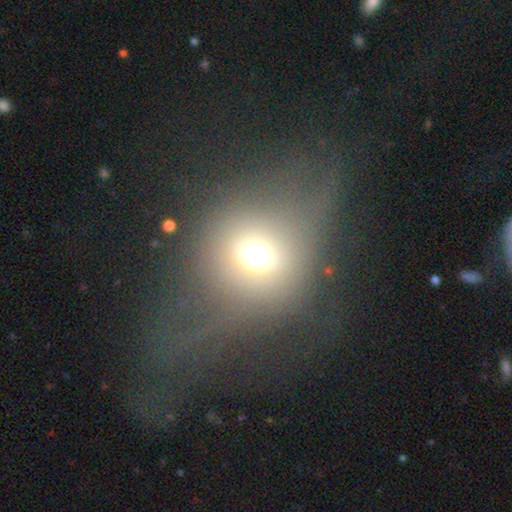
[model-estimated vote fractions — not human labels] Q: Smooth or featured?
A: smooth (60%); runner-up: star or artifact (21%)
Q: How rounded?
A: round (84%); runner-up: in between (15%)
Q: Merging?
A: none (52%); runner-up: major disturbance (28%)